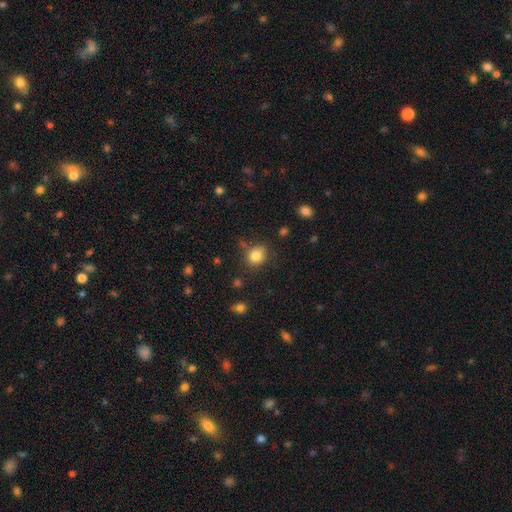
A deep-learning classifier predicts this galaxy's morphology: The model was most divided on "how rounded": round: 69%, in between: 30%, cigar-shaped: 1%. More confident: smooth or featured — smooth (83%); merging — none (74%).